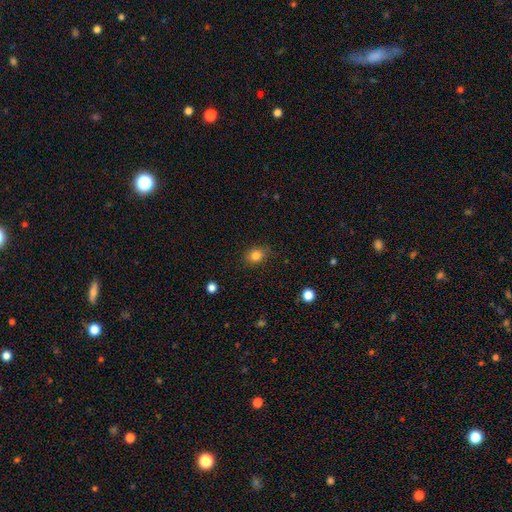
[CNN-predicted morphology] type=smooth (82%); roundness=round (60%); merging=none (82%).